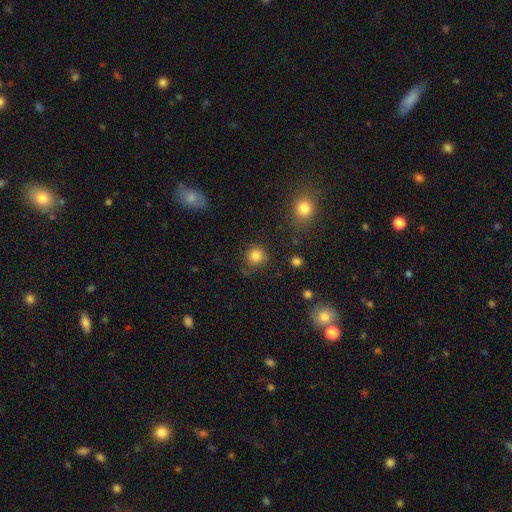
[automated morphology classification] smooth 83%, star or artifact 12%, featured or disk 5%. Down the decision tree: how rounded — round (90%); merging — none (78%).